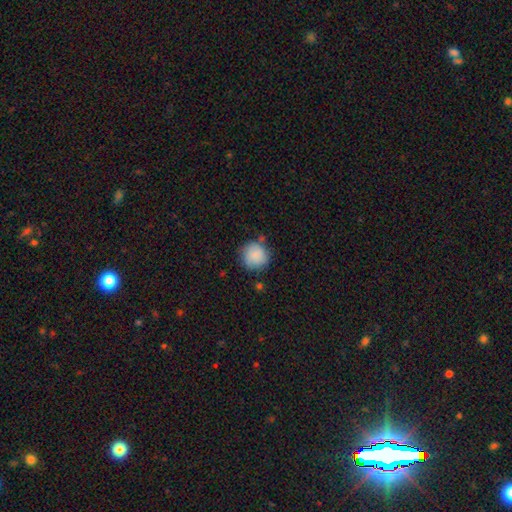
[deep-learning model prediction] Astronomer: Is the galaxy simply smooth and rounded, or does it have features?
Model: smooth — 86%.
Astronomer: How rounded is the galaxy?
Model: round — 91%.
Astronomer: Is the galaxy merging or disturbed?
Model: none — 72%.